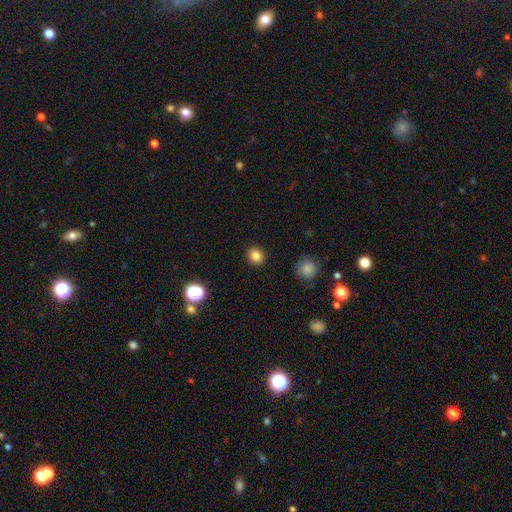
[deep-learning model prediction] A smooth galaxy with no disk features (83%) that is round (80%). Merging: none (91%).